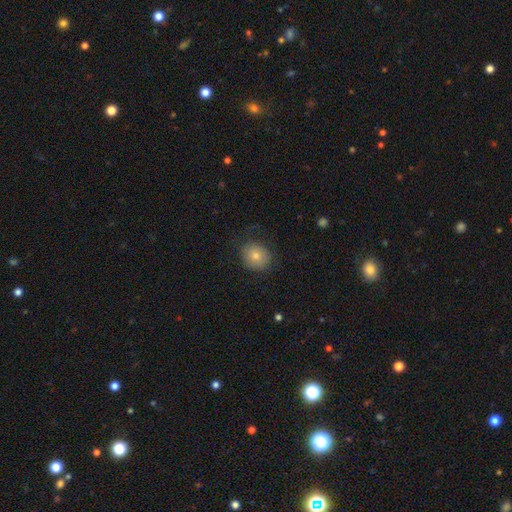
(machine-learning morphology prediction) Q: Smooth or featured?
A: smooth (71%); runner-up: featured or disk (17%)
Q: How rounded?
A: round (77%); runner-up: in between (22%)
Q: Merging?
A: none (73%); runner-up: minor disturbance (18%)